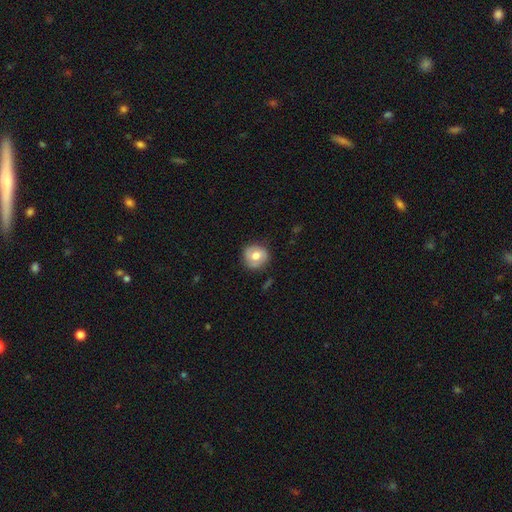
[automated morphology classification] A smooth galaxy with no disk features (67%) that is round (86%).

Vote fractions:
- Smooth or featured? smooth: 67% / featured or disk: 25% / star or artifact: 8%
- How rounded? round: 86% / in between: 13% / cigar-shaped: 1%
- Merging? none: 79% / minor disturbance: 16% / major disturbance: 4% / merger: 2%